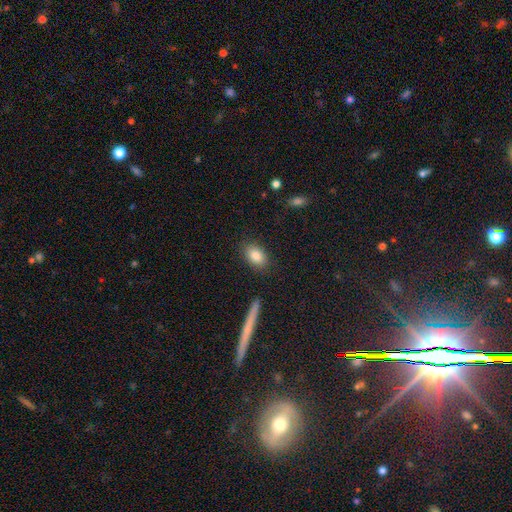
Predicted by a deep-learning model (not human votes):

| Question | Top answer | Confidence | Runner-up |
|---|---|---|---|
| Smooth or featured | smooth | 85% | featured or disk (8%) |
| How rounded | in between | 84% | round (13%) |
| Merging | none | 85% | minor disturbance (10%) |